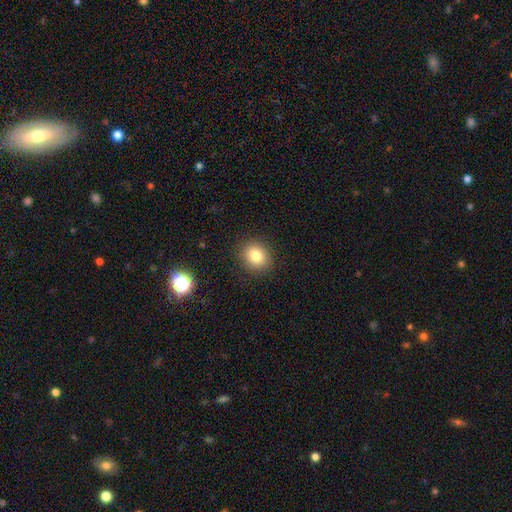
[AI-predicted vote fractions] Overall: smooth (81%). How rounded: round (68%; in between 31%). Merging: none (89%).